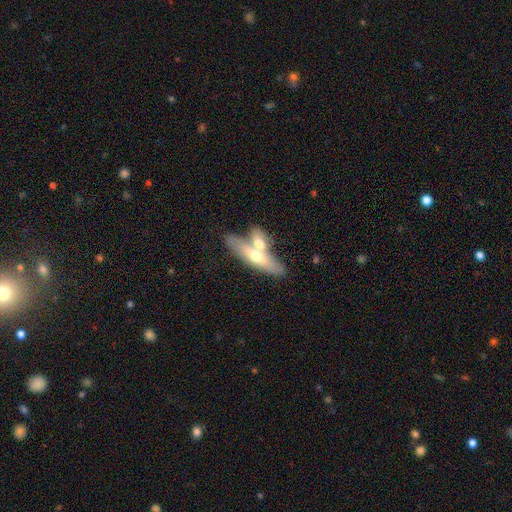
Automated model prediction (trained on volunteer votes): Smooth or featured: smooth — 51% (featured or disk — 43%)
How rounded: cigar-shaped — 59% (in between — 38%)
Merging: merger — 47% (none — 39%)